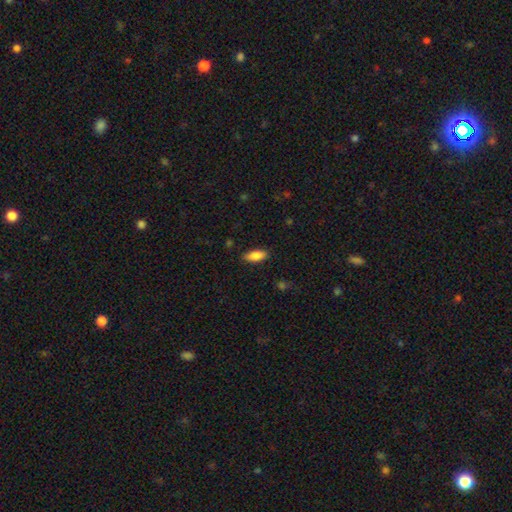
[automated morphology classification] This appears to be a smooth galaxy with no disk features (85%) that is in between round and cigar-shaped (79%). Merging: none (86%).